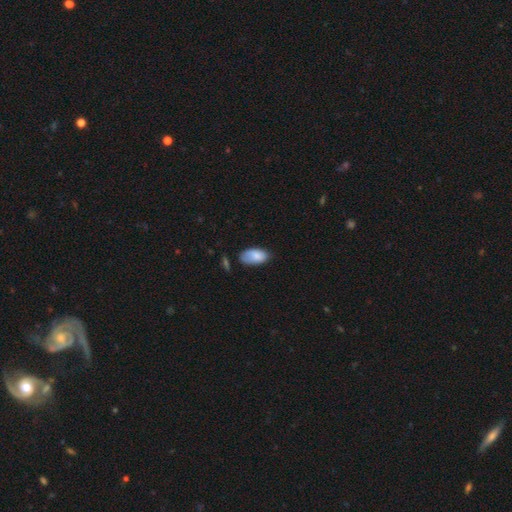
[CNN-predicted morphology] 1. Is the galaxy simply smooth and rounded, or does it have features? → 83% smooth, 10% featured or disk, 7% star or artifact.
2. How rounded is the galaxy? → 95% in between, 3% round, 2% cigar-shaped.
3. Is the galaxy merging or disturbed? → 57% none, 32% minor disturbance, 7% major disturbance, 3% merger.